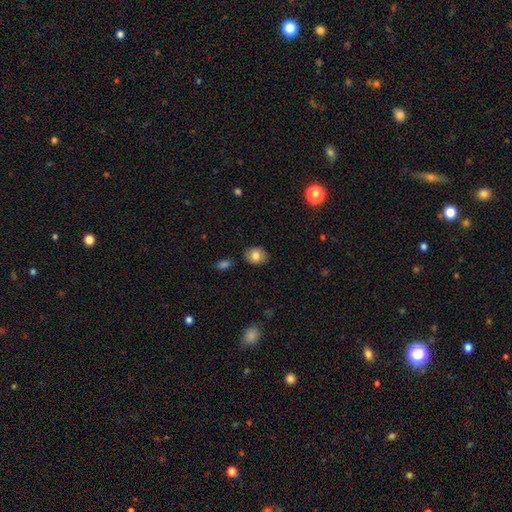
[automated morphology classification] A smooth galaxy with no disk features (79%) that is in between round and cigar-shaped (51%). Merging: none (84%).